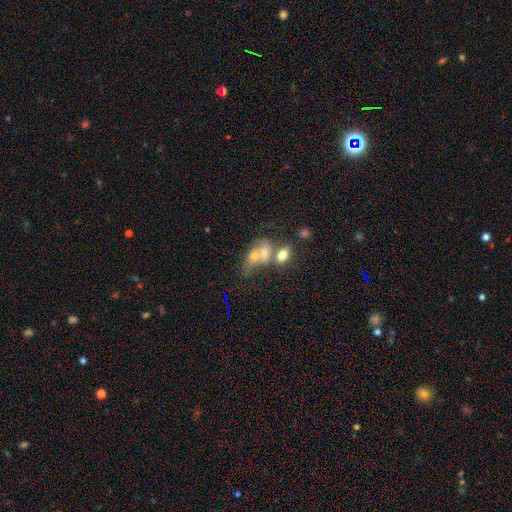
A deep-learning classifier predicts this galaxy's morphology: smooth-or-featured: smooth: 51% | featured or disk: 34% | star or artifact: 15%
  how-rounded: in between: 73% | round: 22% | cigar-shaped: 5%
  merging: merger: 65% | none: 16% | major disturbance: 10% | minor disturbance: 9%